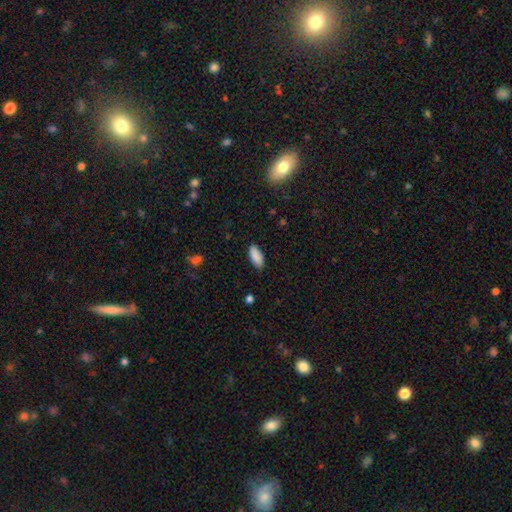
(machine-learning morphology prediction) Smooth or featured?
  - smooth: 89% *
  - star or artifact: 7%
  - featured or disk: 4%
How rounded?
  - in between: 87% *
  - cigar-shaped: 11%
  - round: 2%
Merging?
  - none: 86% *
  - minor disturbance: 11%
  - major disturbance: 2%
  - merger: 1%